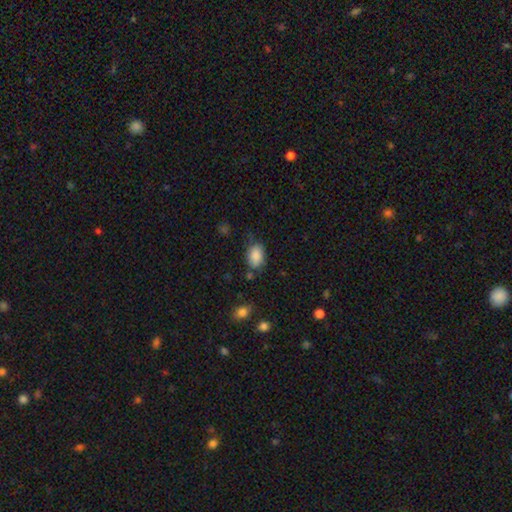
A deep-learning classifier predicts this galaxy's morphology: smooth-or-featured: smooth: 87% | star or artifact: 7% | featured or disk: 6%
  how-rounded: in between: 82% | round: 17% | cigar-shaped: 1%
  merging: none: 69% | minor disturbance: 22% | major disturbance: 5% | merger: 4%